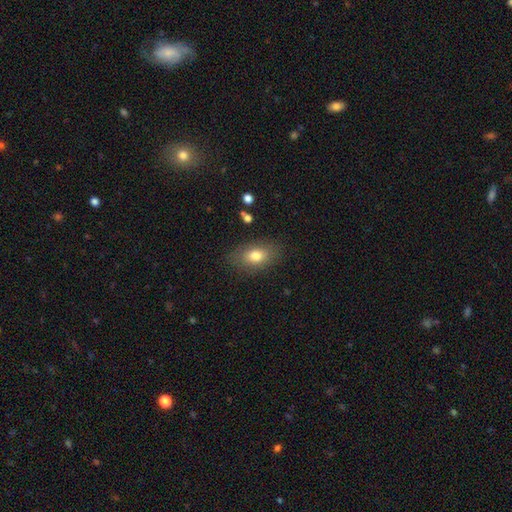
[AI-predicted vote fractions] A smooth galaxy with no disk features (77%) that is in between round and cigar-shaped (85%).

Vote fractions:
- Smooth or featured? smooth: 77% / featured or disk: 14% / star or artifact: 9%
- How rounded? in between: 85% / round: 12% / cigar-shaped: 3%
- Merging? none: 82% / minor disturbance: 12% / major disturbance: 4% / merger: 2%